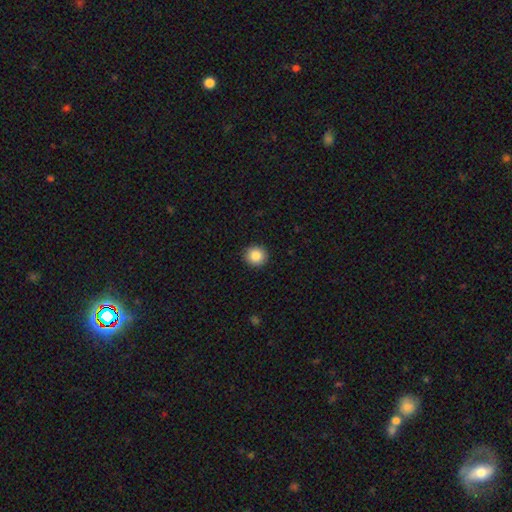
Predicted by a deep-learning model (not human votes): Smooth or featured? smooth (86%)
How rounded? round (90%)
Merging? none (92%)